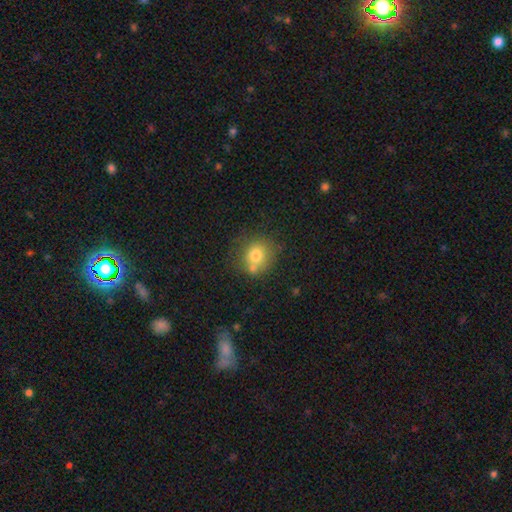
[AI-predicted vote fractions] smooth 74%, featured or disk 14%, star or artifact 12%. Down the decision tree: how rounded — round (79%); merging — none (58%).